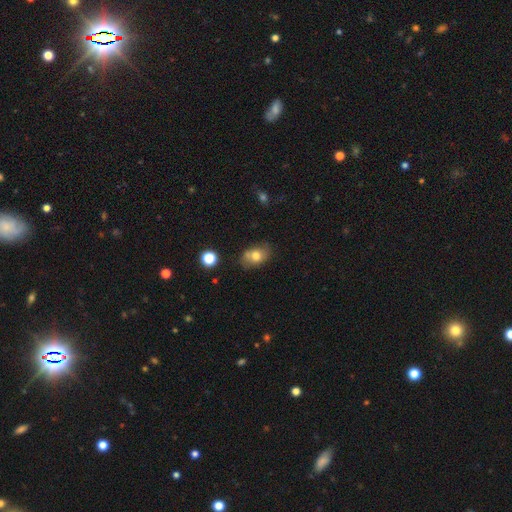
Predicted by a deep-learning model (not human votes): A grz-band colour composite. It shows a smooth galaxy with no disk features (72%) that is in between round and cigar-shaped (77%). Merging: none (65%).